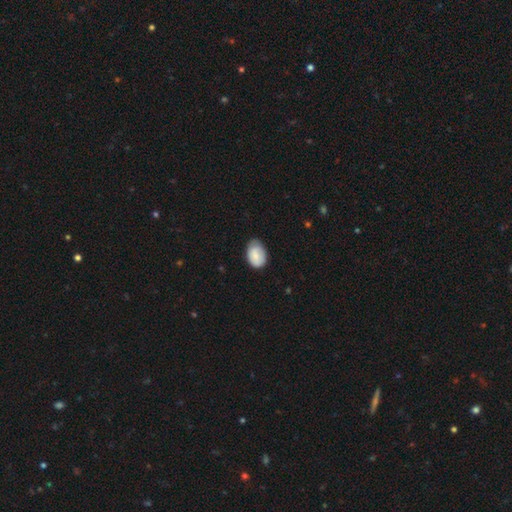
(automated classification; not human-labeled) Smooth or featured? Predicted: smooth (p=0.82). How rounded? Predicted: in between (p=0.86). Merging? Predicted: none (p=0.62).